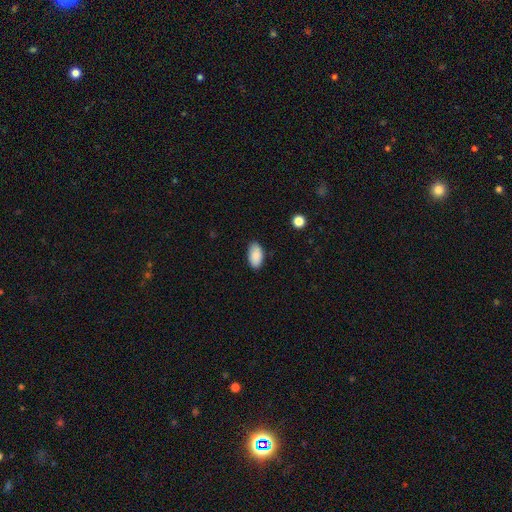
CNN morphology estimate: smooth 90%, star or artifact 7%, featured or disk 4%. Down the decision tree: how rounded — in between (95%); merging — none (85%).